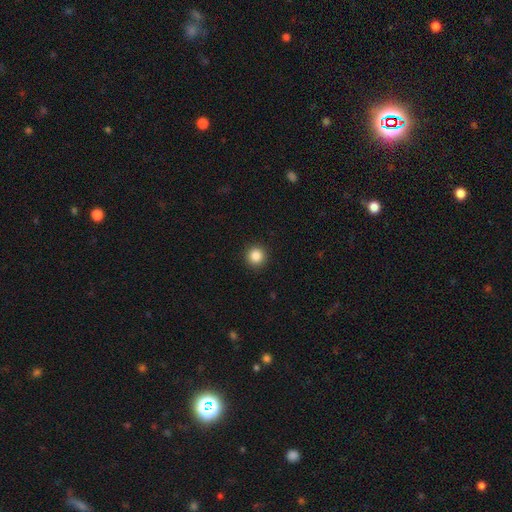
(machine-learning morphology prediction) Overall: smooth (86%). How rounded: round (95%). Merging: none (93%).